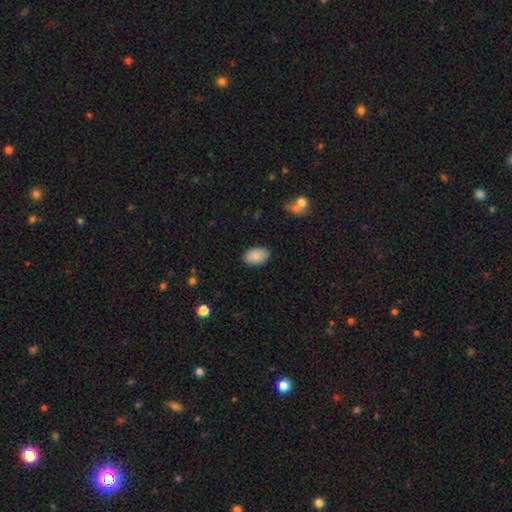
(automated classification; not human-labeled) Q: Smooth or featured?
A: smooth (86%); runner-up: featured or disk (7%)
Q: How rounded?
A: in between (91%); runner-up: round (8%)
Q: Merging?
A: none (87%); runner-up: minor disturbance (10%)